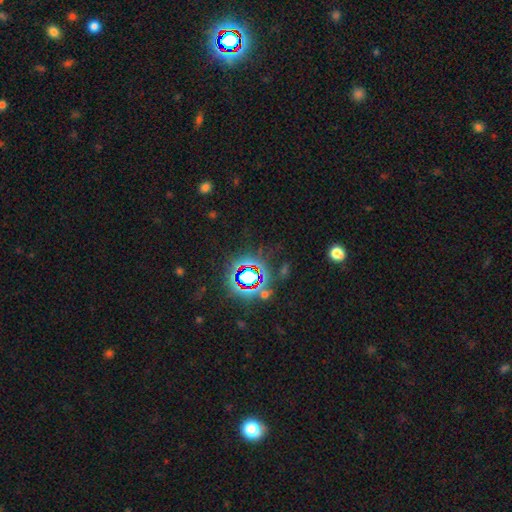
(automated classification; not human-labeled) Smooth or featured? star or artifact (79%)